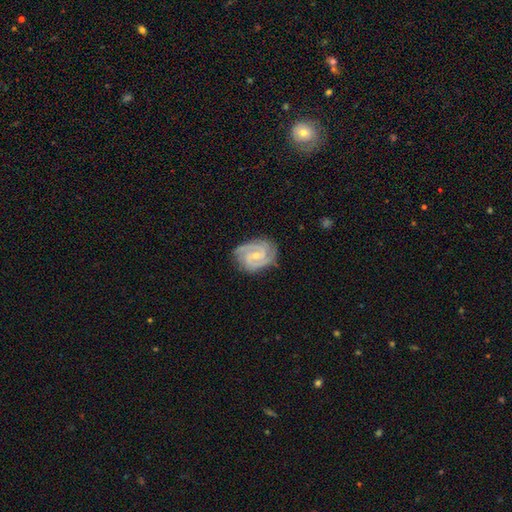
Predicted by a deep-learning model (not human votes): The model was most divided on "bar": weak: 46%, no: 42%, strong: 12%. More confident: spiral arms — yes (98%); edge-on disk — no (98%); smooth or featured — featured or disk (90%); merging — none (76%); bulge size — small (60%); spiral winding — tight (58%); spiral arm count — 2 (54%).